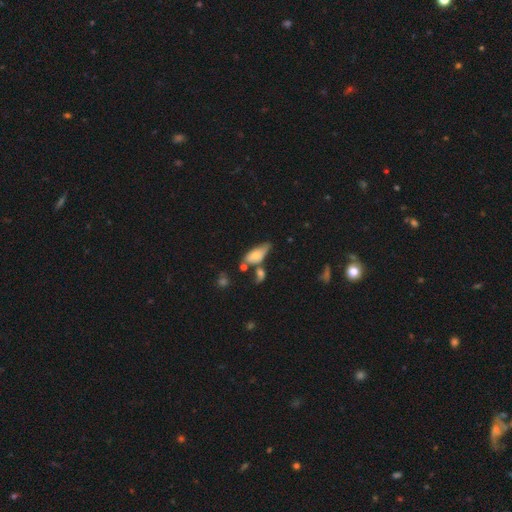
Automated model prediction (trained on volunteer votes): Smooth or featured? smooth (66%)
How rounded? in between (85%)
Merging? none (33%)